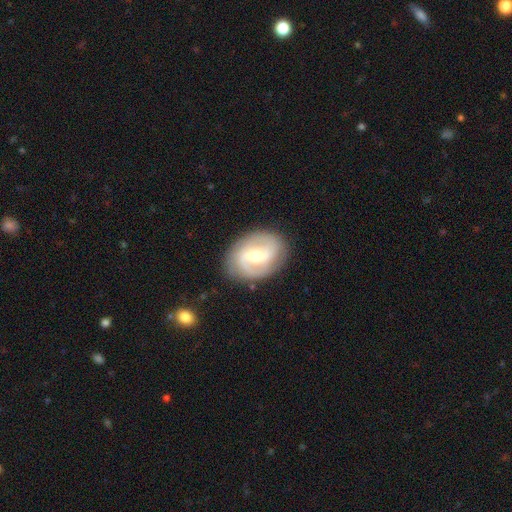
smooth-or-featured: featured or disk: 78% | smooth: 19% | star or artifact: 3%
  disk-edge-on: no: 93% | yes: 7%
    bar: weak: 56% | strong: 30% | no: 15%
    has-spiral-arms: yes: 93% | no: 7%
      spiral-winding: medium: 56% | loose: 24% | tight: 20%
      spiral-arm-count: 2: 84% | can't tell: 12% | 3: 4% | 1: 0% | 4: 0% | more than 4: 0%
    bulge-size: moderate: 67% | small: 19% | large: 11% | dominant: 4% | none: 0%
  merging: none: 67% | minor disturbance: 25% | major disturbance: 6% | merger: 3%